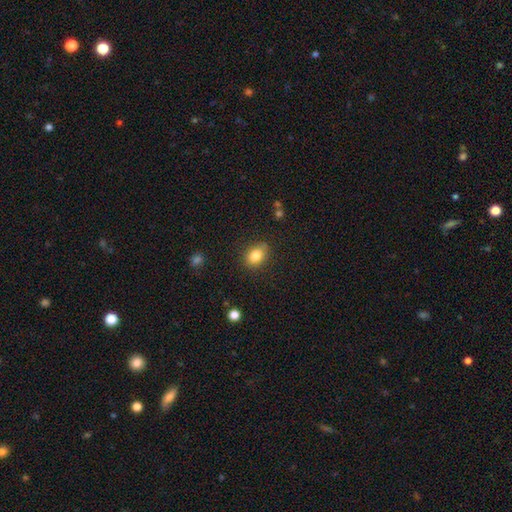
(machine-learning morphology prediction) smooth 83%, star or artifact 9%, featured or disk 8%. Down the decision tree: how rounded — in between (72%); merging — none (81%).